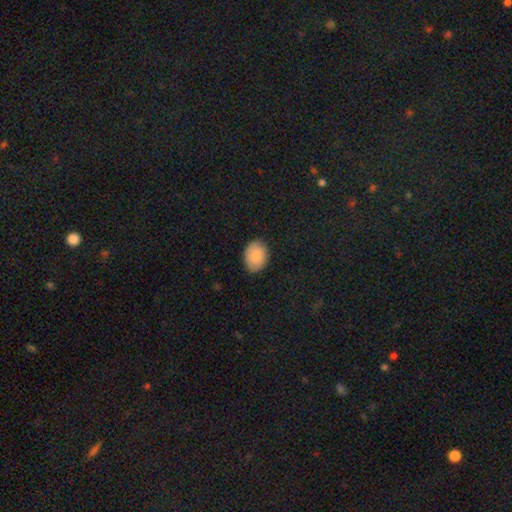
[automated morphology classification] Smooth or featured? smooth (84%)
How rounded? in between (68%)
Merging? none (84%)